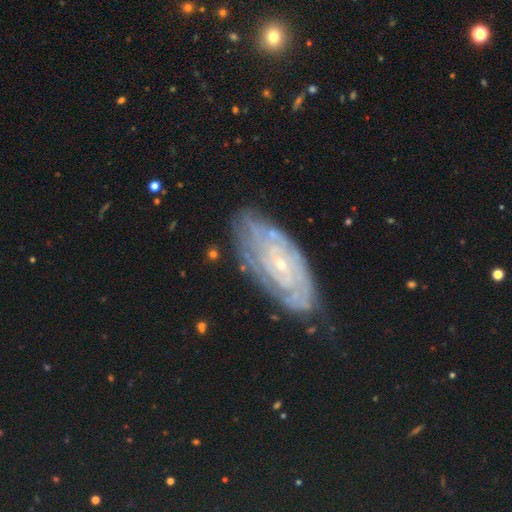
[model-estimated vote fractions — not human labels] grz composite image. It shows a featured or disk galaxy (82%) with no bar (56%), tight (75%) spiral arms (91%) and a small central bulge (77%). Merging: none (70%).